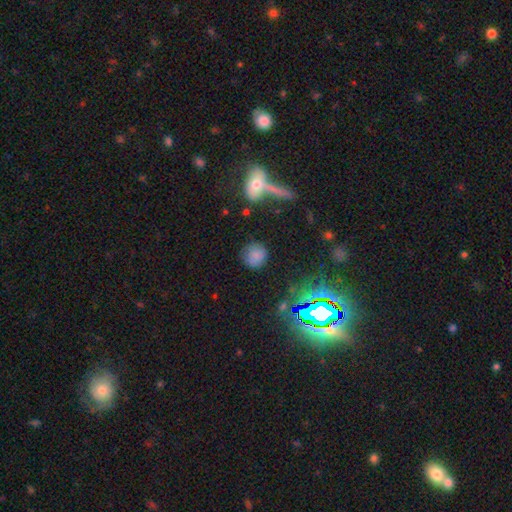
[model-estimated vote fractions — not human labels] This appears to be a smooth galaxy with no disk features (75%) that is round (87%). Merging: none (77%).